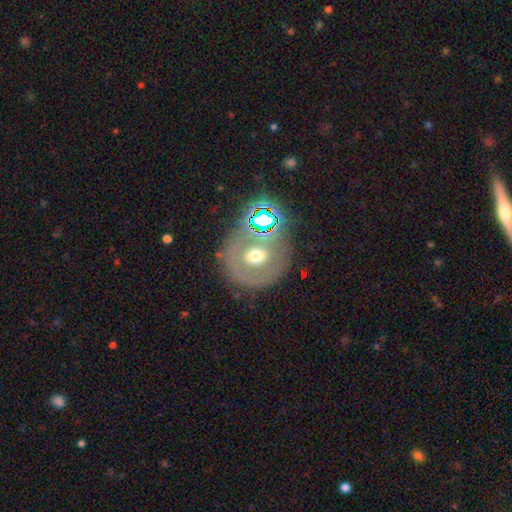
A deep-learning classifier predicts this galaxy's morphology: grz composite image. It shows a featured or disk galaxy (41%, tied with smooth). Merging: none (73%).